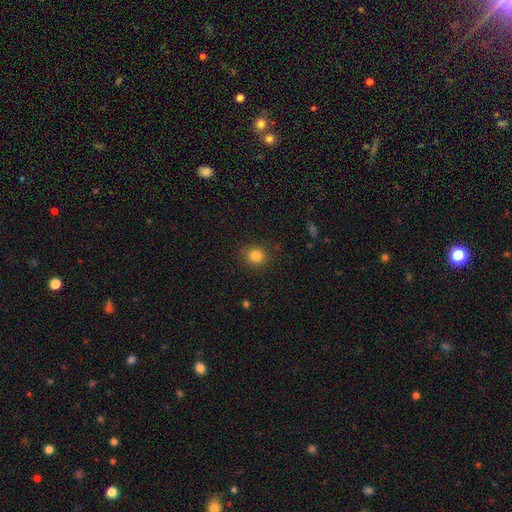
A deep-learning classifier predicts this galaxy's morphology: Overall: smooth (83%). How rounded: round (76%). Merging: none (85%).